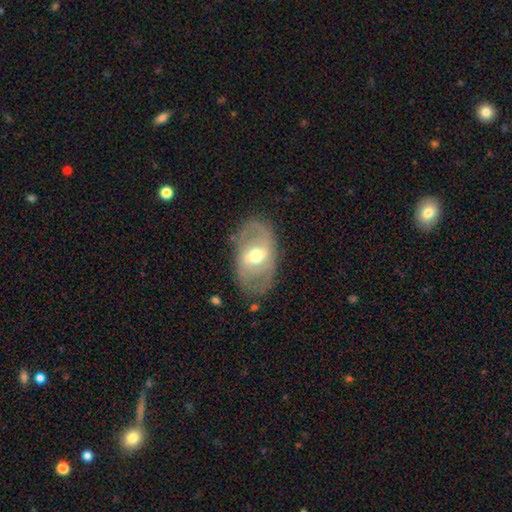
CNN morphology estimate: smooth-or-featured: featured or disk: 66% | smooth: 28% | star or artifact: 6%
  disk-edge-on: no: 91% | yes: 9%
    bar: weak: 45% | strong: 32% | no: 22%
    has-spiral-arms: no: 52% | yes: 48%
    bulge-size: moderate: 71% | small: 18% | large: 10% | dominant: 1% | none: 1%
  merging: none: 76% | minor disturbance: 15% | major disturbance: 7% | merger: 1%